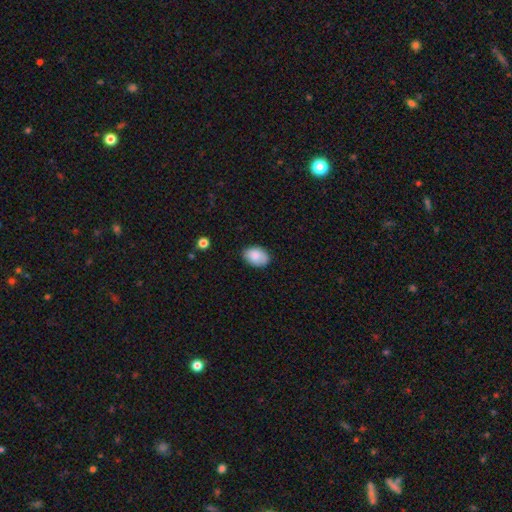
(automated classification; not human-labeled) Morphology: type=smooth (87%); roundness=in between (84%); merging=none (81%).